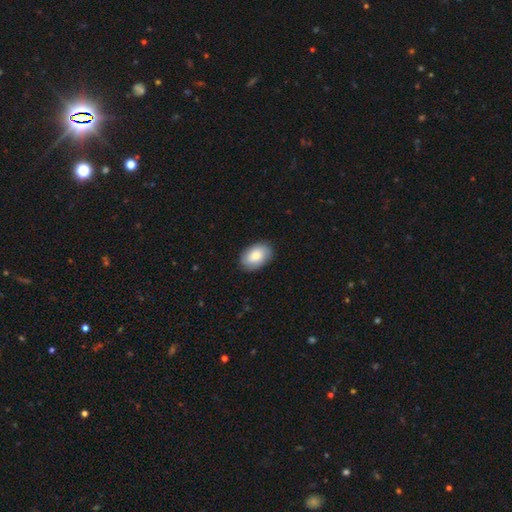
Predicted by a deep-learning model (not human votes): smooth 79%, featured or disk 15%, star or artifact 6%. Down the decision tree: how rounded — in between (89%); merging — none (85%).